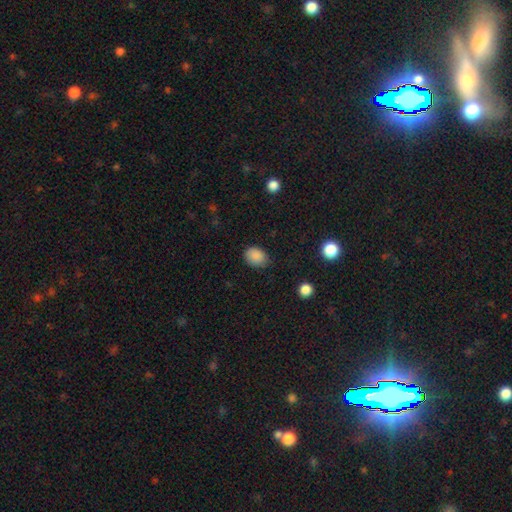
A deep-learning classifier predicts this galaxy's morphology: A smooth galaxy with no disk features (87%) that is in between round and cigar-shaped (61%).

Vote fractions:
- Smooth or featured? smooth: 87% / star or artifact: 9% / featured or disk: 4%
- How rounded? in between: 61% / round: 38% / cigar-shaped: 1%
- Merging? none: 77% / minor disturbance: 18% / major disturbance: 4% / merger: 1%